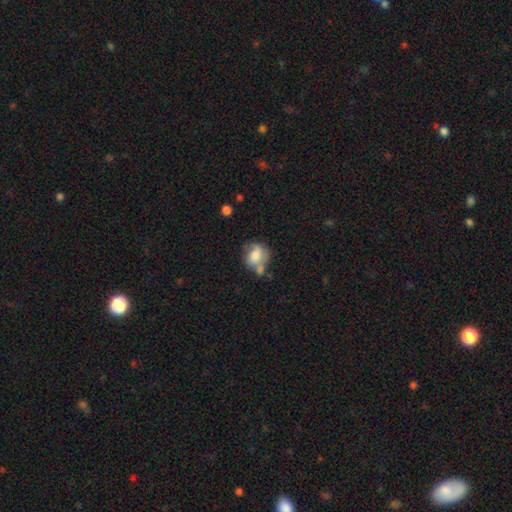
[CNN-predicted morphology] Q: Smooth or featured?
A: smooth (63%); runner-up: featured or disk (28%)
Q: How rounded?
A: in between (50%); runner-up: round (48%)
Q: Merging?
A: none (37%); runner-up: minor disturbance (25%)